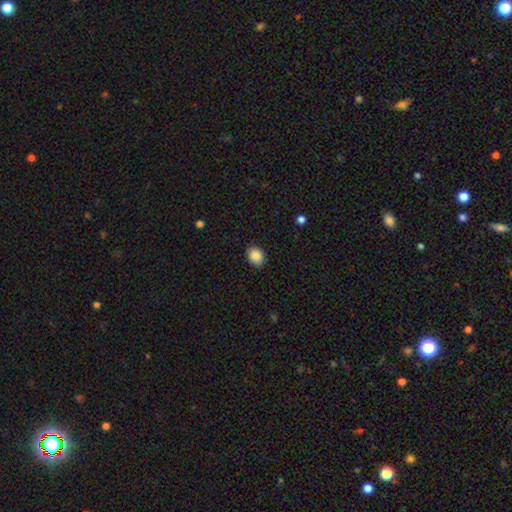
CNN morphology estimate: The model was most divided on "how rounded": in between: 57%, round: 42%, cigar-shaped: 1%. More confident: smooth or featured — smooth (88%); merging — none (87%).